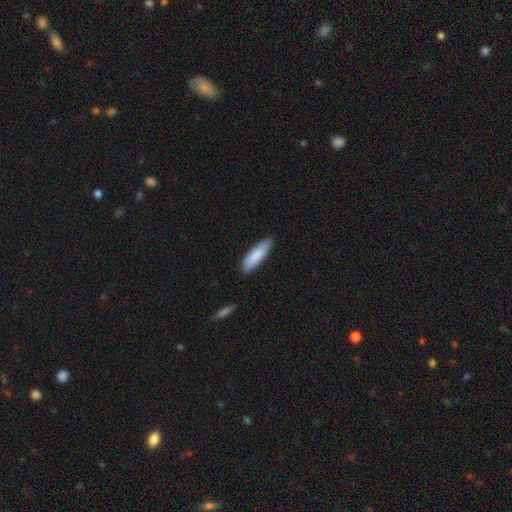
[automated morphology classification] type=smooth (84%); roundness=cigar-shaped (58%); merging=none (86%).